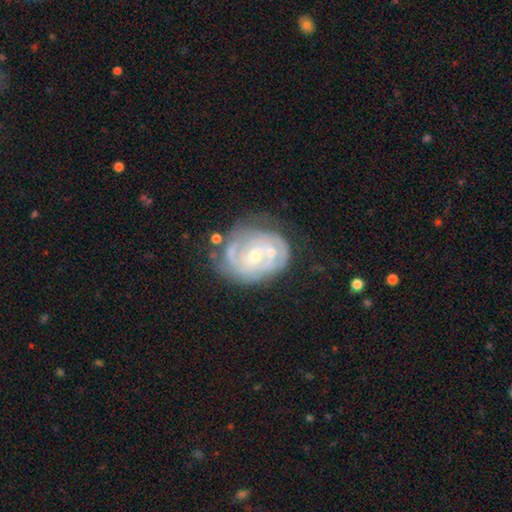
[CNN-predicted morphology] smooth-or-featured: featured or disk: 68% | smooth: 16% | star or artifact: 16%
  disk-edge-on: no: 96% | yes: 4%
    bar: no: 53% | weak: 34% | strong: 13%
    has-spiral-arms: yes: 84% | no: 16%
      spiral-winding: tight: 66% | medium: 25% | loose: 9%
      spiral-arm-count: can't tell: 39% | 2: 29% | 3: 13% | 4: 7% | 1: 7% | more than 4: 6%
    bulge-size: small: 60% | moderate: 35% | large: 2% | none: 2% | dominant: 1%
  merging: none: 68% | minor disturbance: 19% | major disturbance: 10% | merger: 3%